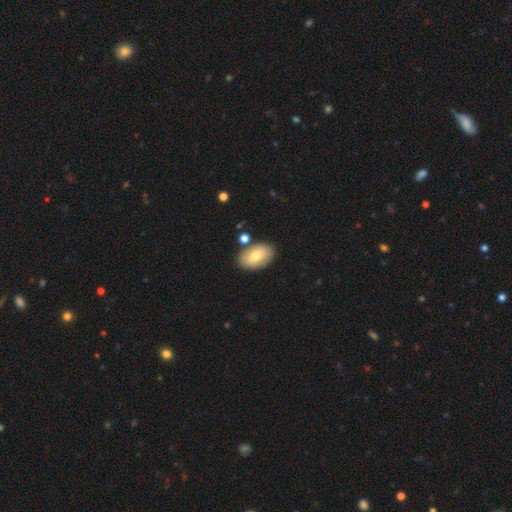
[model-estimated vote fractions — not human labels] Overall: smooth (71%). How rounded: in between (91%). Merging: none (81%).